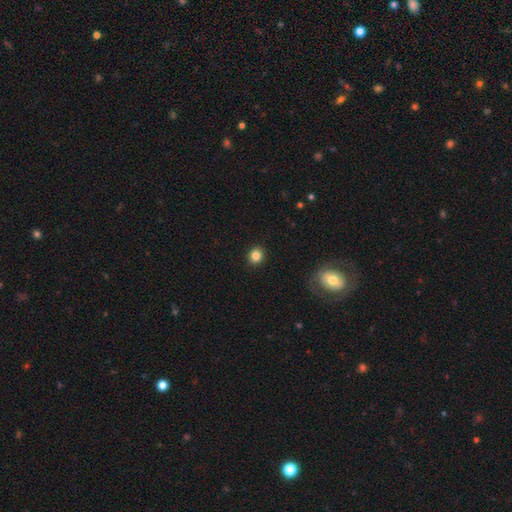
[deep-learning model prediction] smooth-or-featured: smooth: 84% | star or artifact: 11% | featured or disk: 5%
  how-rounded: round: 80% | in between: 19% | cigar-shaped: 1%
  merging: none: 92% | minor disturbance: 5% | major disturbance: 2% | merger: 1%